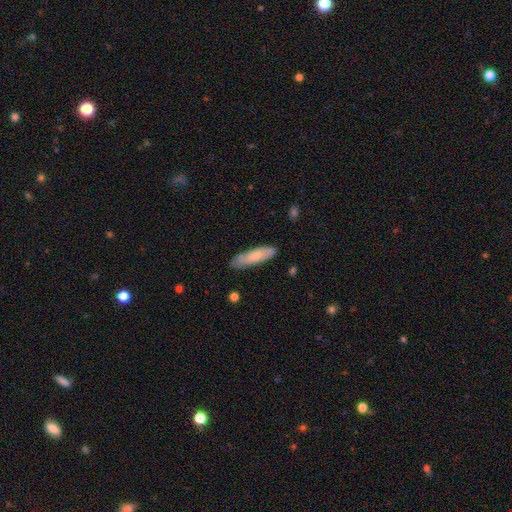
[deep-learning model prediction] A smooth galaxy with no disk features (68%) that is cigar-shaped (64%). Merging: none (78%).